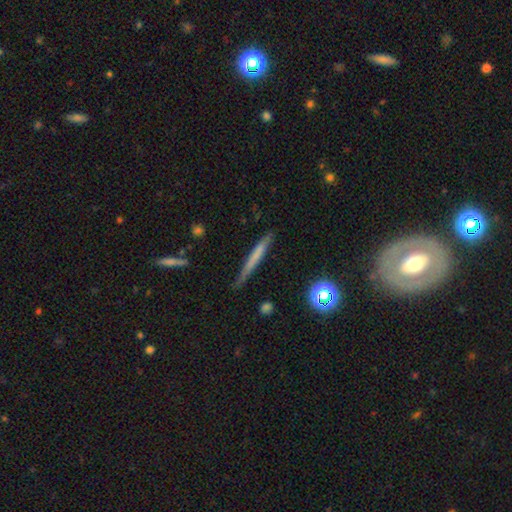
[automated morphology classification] This appears to be a smooth galaxy with no disk features (54%) that is cigar-shaped (95%). Merging: none (80%).